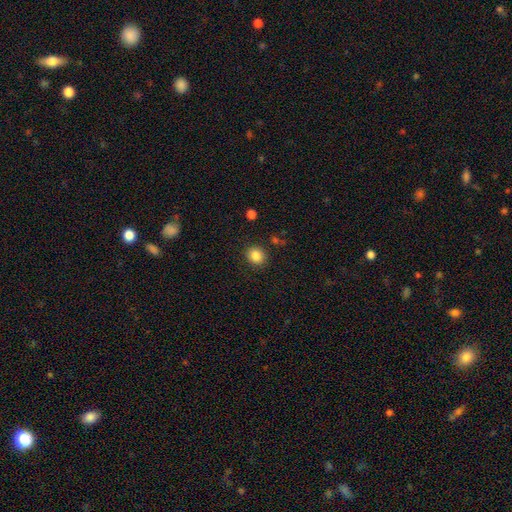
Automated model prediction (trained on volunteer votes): Smooth or featured? Predicted: smooth (p=0.86). How rounded? Predicted: round (p=0.80). Merging? Predicted: none (p=0.89).